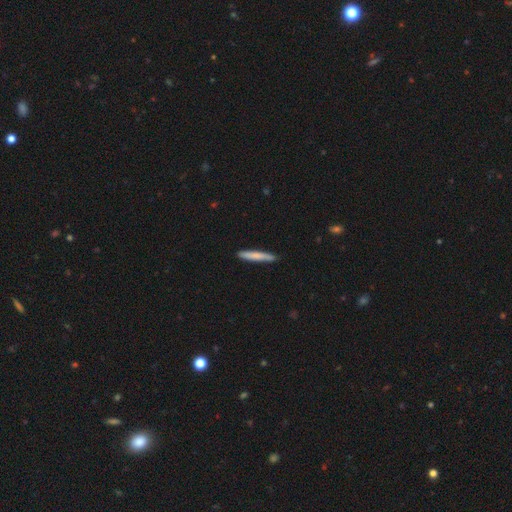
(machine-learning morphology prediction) The model was most divided on "smooth or featured": smooth: 75%, featured or disk: 20%, star or artifact: 5%. More confident: how rounded — cigar-shaped (95%); merging — none (87%).